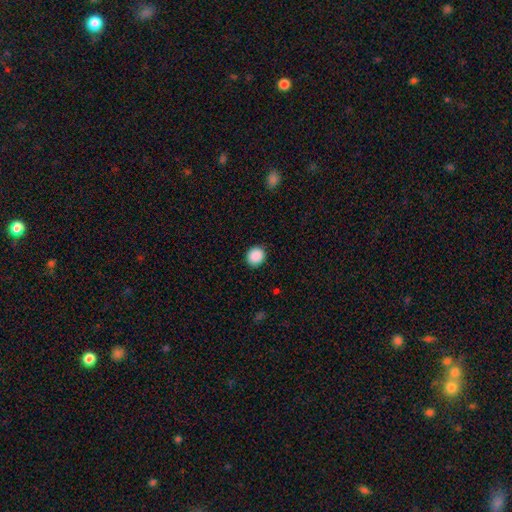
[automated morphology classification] Smooth or featured? Predicted: smooth (p=0.89). How rounded? Predicted: round (p=0.85). Merging? Predicted: none (p=0.90).